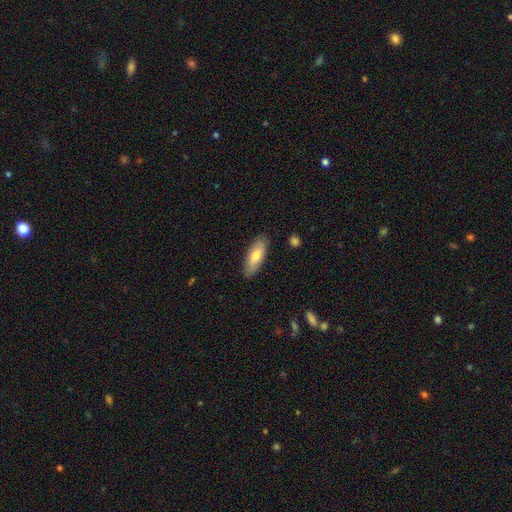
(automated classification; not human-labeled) The model was most divided on "how rounded": in between: 70%, cigar-shaped: 28%, round: 2%. More confident: merging — none (87%); smooth or featured — smooth (72%).